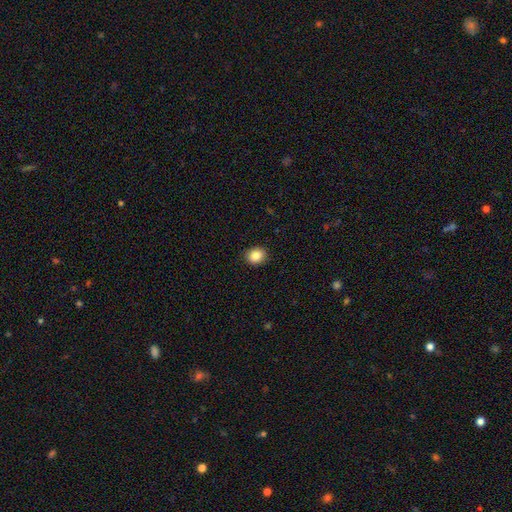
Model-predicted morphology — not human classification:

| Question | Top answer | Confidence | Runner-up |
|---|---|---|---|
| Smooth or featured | smooth | 86% | star or artifact (9%) |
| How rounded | round | 65% | in between (34%) |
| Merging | none | 90% | minor disturbance (8%) |